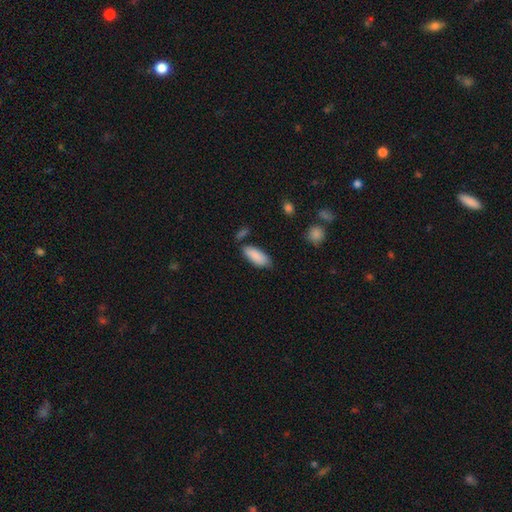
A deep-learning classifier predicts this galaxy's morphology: Smooth or featured? smooth (88%)
How rounded? in between (80%)
Merging? none (75%)